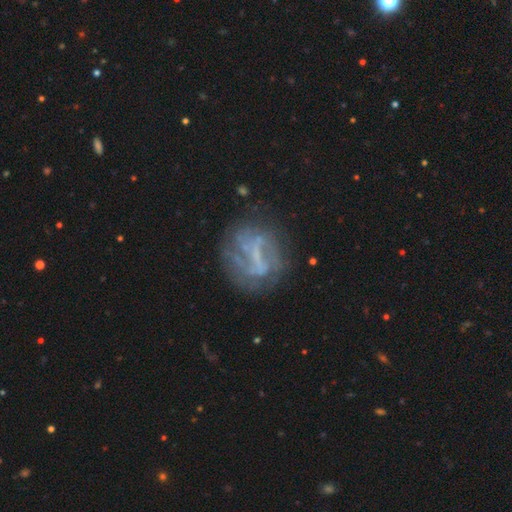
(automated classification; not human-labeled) Smooth or featured? Predicted: featured or disk (p=0.72). Edge-on disk? Predicted: no (p=0.96). Bar? Predicted: strong (p=0.39). Spiral arms? Predicted: yes (p=0.61). Bulge size? Predicted: none (p=0.57). Merging? Predicted: none (p=0.65).